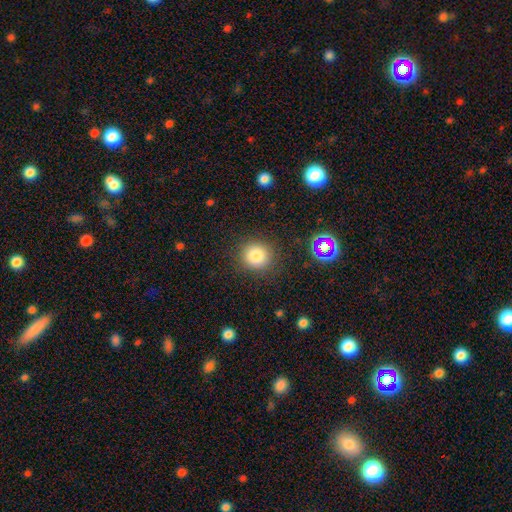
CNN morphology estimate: Smooth or featured: smooth — 82% (star or artifact — 12%)
How rounded: round — 90% (in between — 9%)
Merging: none — 87% (minor disturbance — 8%)